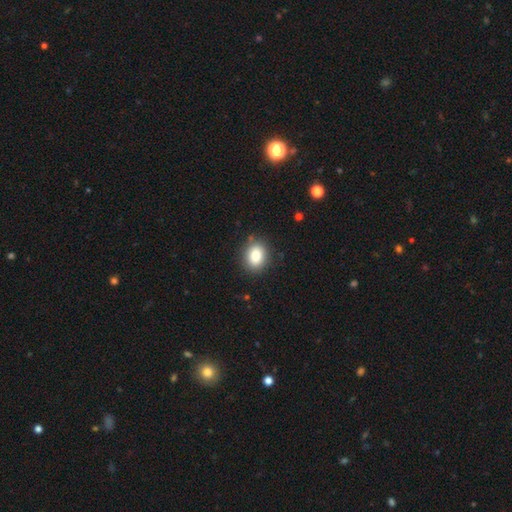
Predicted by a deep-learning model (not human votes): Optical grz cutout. It shows a smooth galaxy with no disk features (86%) that is in between round and cigar-shaped (59%). Merging: none (85%).